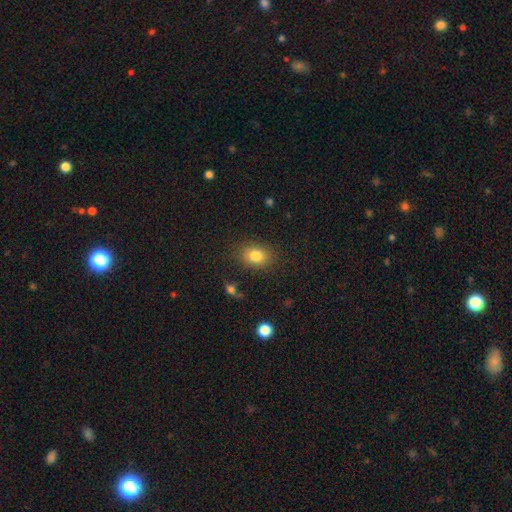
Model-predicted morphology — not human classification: Smooth or featured? smooth (82%)
How rounded? in between (67%)
Merging? none (84%)